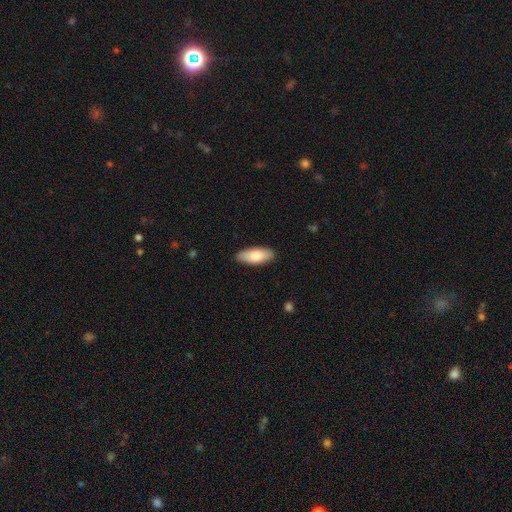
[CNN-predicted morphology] This appears to be a smooth galaxy with no disk features (77%) that is in between round and cigar-shaped (80%). Merging: none (89%).